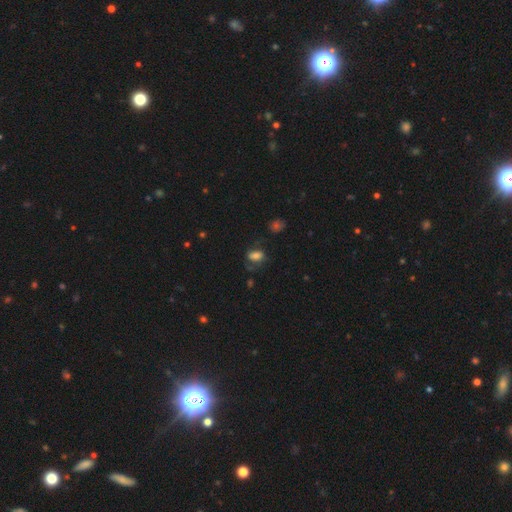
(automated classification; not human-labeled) Morphology: type=smooth (68%); roundness=in between (83%); merging=none (57%).